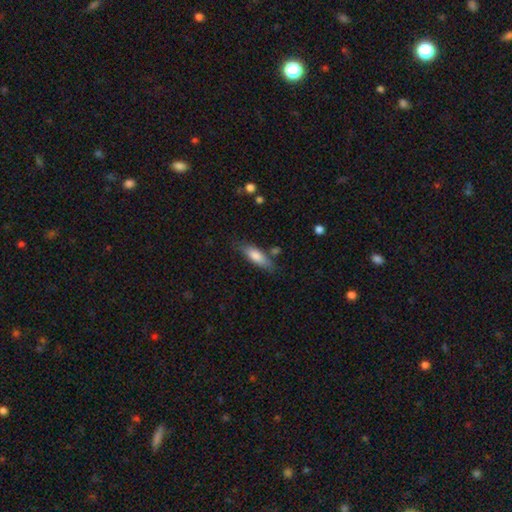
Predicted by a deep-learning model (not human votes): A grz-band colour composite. It shows a smooth galaxy with no disk features (77%) that is in between round and cigar-shaped (57%). Merging: none (69%).